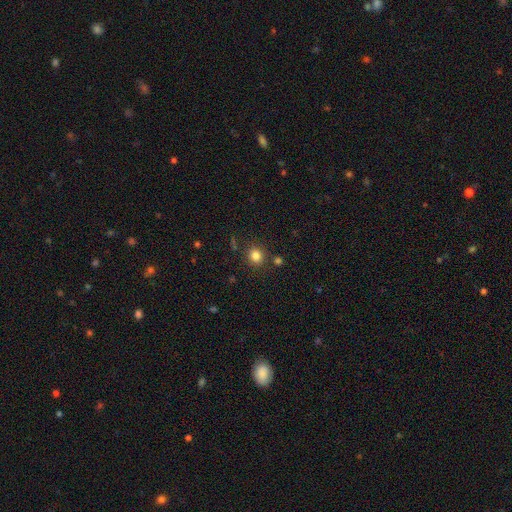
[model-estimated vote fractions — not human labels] This is clearly a smooth galaxy (82%). How rounded: clearly round (83%). Merging: clearly none (84%).